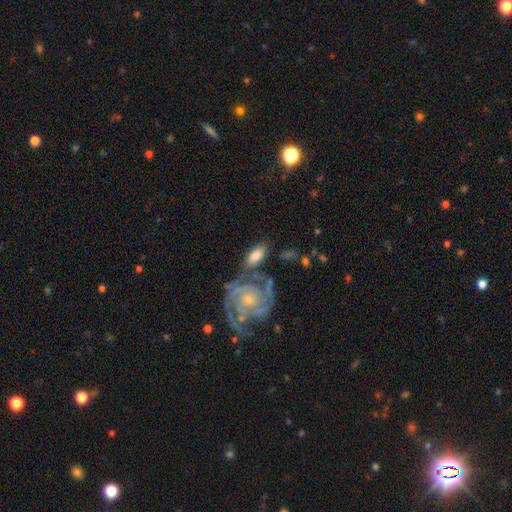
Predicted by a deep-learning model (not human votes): Overall: smooth (49%; featured or disk 44%). Merging: none (57%; minor disturbance 18%).